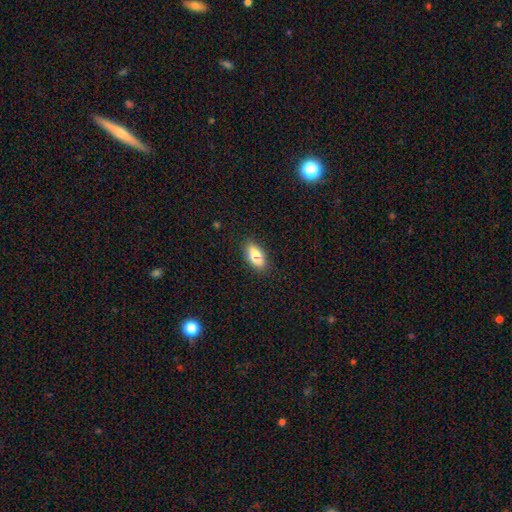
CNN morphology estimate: smooth_or_featured: smooth (p=0.76) [alt: featured or disk p=0.17]
how_rounded: in between (p=0.84) [alt: cigar-shaped p=0.12]
merging: none (p=0.86) [alt: minor disturbance p=0.11]